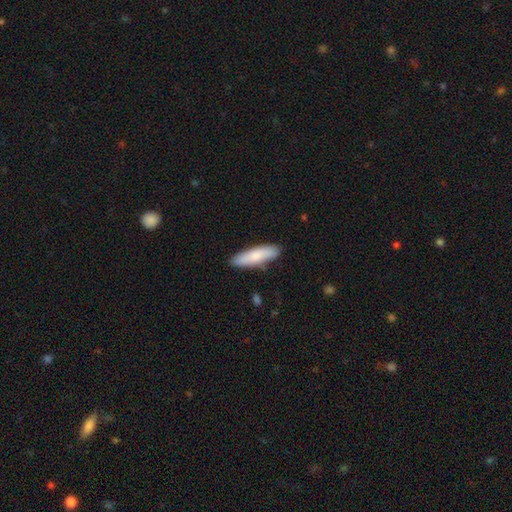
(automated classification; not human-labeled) Smooth or featured?
  - smooth: 81% *
  - featured or disk: 14%
  - star or artifact: 5%
How rounded?
  - cigar-shaped: 66% *
  - in between: 32%
  - round: 2%
Merging?
  - none: 86% *
  - minor disturbance: 10%
  - major disturbance: 2%
  - merger: 1%